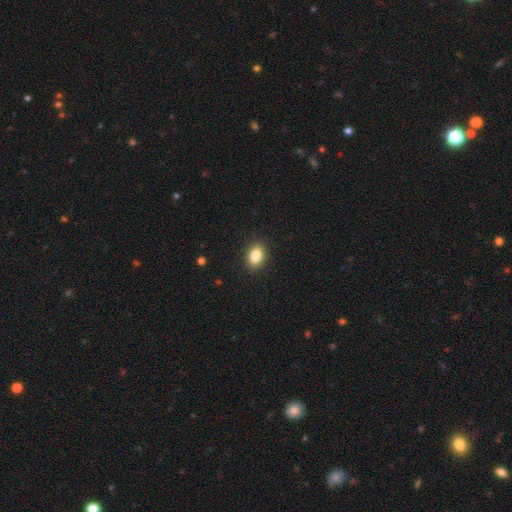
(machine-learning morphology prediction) smooth 84%, star or artifact 9%, featured or disk 7%. Down the decision tree: how rounded — in between (83%); merging — none (90%).